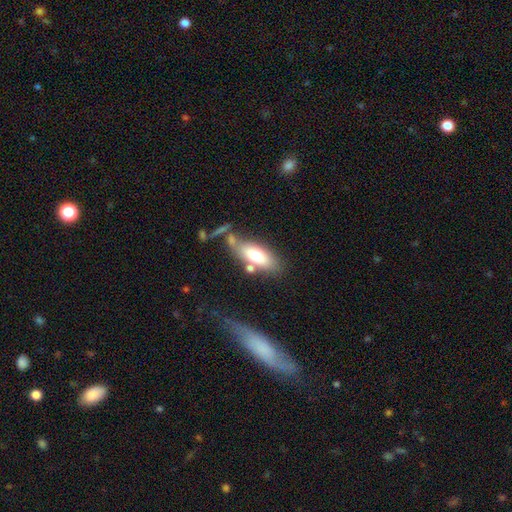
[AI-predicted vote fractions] Q: Smooth or featured?
A: smooth (71%); runner-up: featured or disk (22%)
Q: How rounded?
A: in between (79%); runner-up: cigar-shaped (18%)
Q: Merging?
A: none (62%); runner-up: merger (16%)